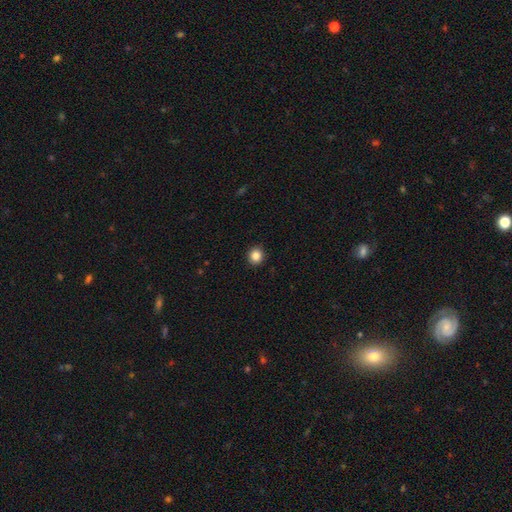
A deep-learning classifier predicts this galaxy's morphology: A smooth galaxy with no disk features (85%) that is round (89%). Merging: none (92%).